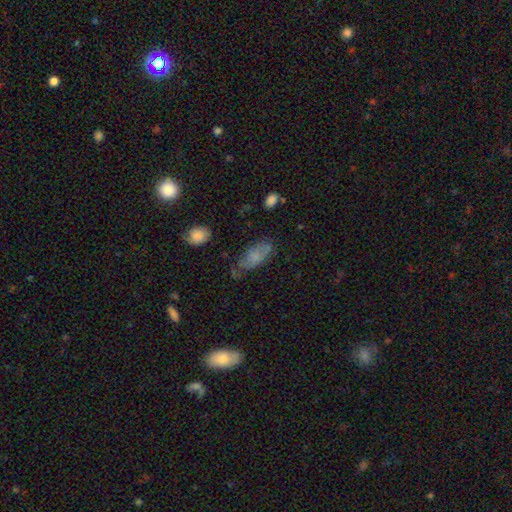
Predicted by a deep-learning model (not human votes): This appears to be a smooth galaxy with no disk features (68%) that is in between round and cigar-shaped (84%). Merging: none (58%).